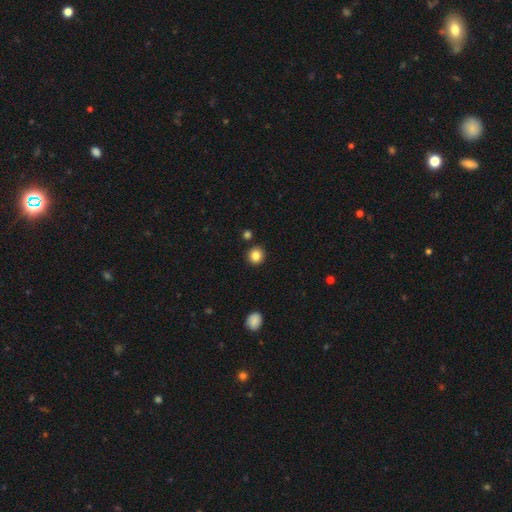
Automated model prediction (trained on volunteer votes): This appears to be a smooth galaxy with no disk features (85%) that is round (89%). Merging: none (89%).